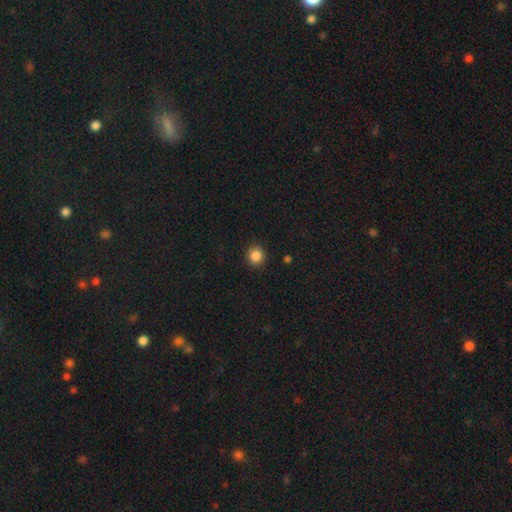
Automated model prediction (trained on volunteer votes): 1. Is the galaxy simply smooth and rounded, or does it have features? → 86% smooth, 11% star or artifact, 3% featured or disk.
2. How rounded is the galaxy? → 90% round, 9% in between, 1% cigar-shaped.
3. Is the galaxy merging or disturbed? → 90% none, 7% minor disturbance, 2% major disturbance, 1% merger.